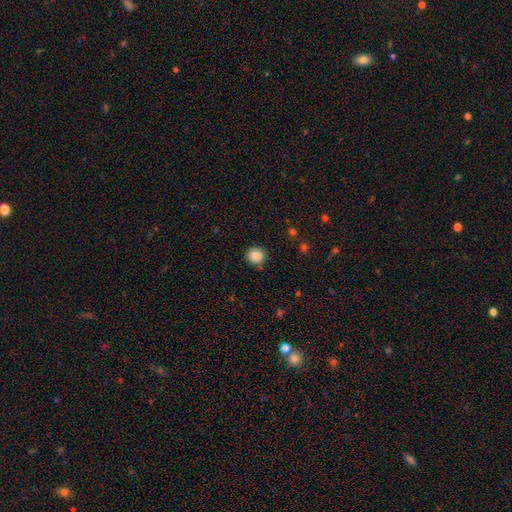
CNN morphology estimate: The model was most divided on "how rounded": round: 85%, in between: 14%, cigar-shaped: 1%. More confident: smooth or featured — smooth (87%); merging — none (85%).